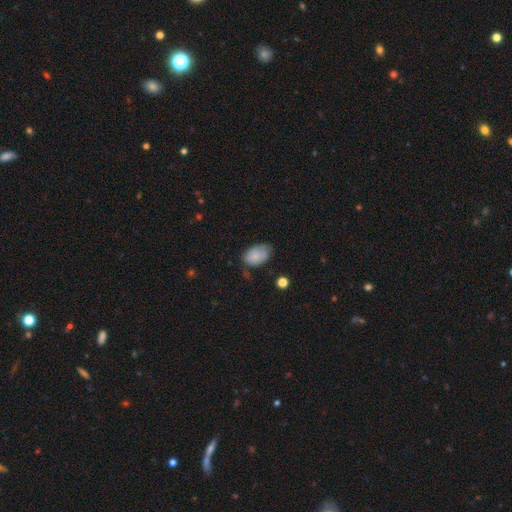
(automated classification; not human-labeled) Smooth or featured?
  - smooth: 79% *
  - featured or disk: 13%
  - star or artifact: 8%
How rounded?
  - in between: 90% *
  - round: 9%
  - cigar-shaped: 1%
Merging?
  - none: 56% *
  - minor disturbance: 33%
  - major disturbance: 8%
  - merger: 3%